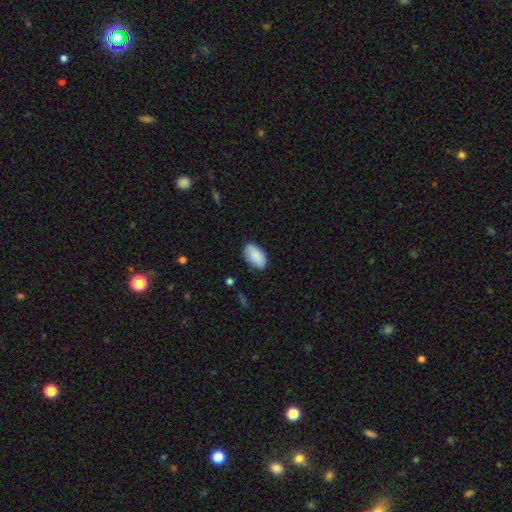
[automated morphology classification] Smooth or featured: smooth — 88% (star or artifact — 6%)
How rounded: in between — 95% (round — 3%)
Merging: none — 82% (minor disturbance — 14%)